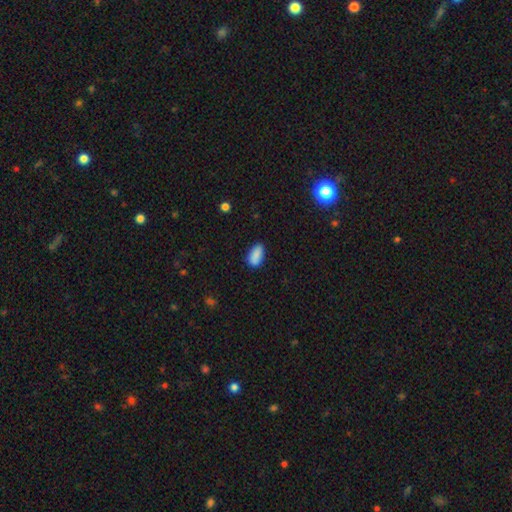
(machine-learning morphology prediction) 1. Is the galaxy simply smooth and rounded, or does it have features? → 88% smooth, 7% star or artifact, 4% featured or disk.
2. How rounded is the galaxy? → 91% in between, 6% cigar-shaped, 3% round.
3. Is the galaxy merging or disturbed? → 79% none, 16% minor disturbance, 3% major disturbance, 2% merger.